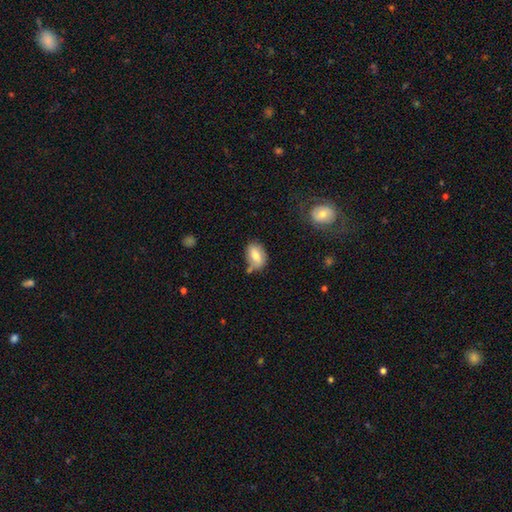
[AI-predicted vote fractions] The model was most divided on "merging": none: 58%, minor disturbance: 26%, merger: 10%, major disturbance: 7%. More confident: how rounded — in between (82%); smooth or featured — smooth (72%).